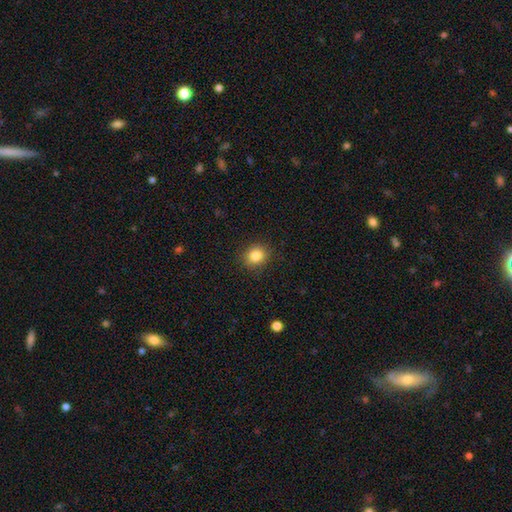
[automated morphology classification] Q: Smooth or featured?
A: smooth (85%); runner-up: star or artifact (10%)
Q: How rounded?
A: round (74%); runner-up: in between (25%)
Q: Merging?
A: none (88%); runner-up: minor disturbance (8%)